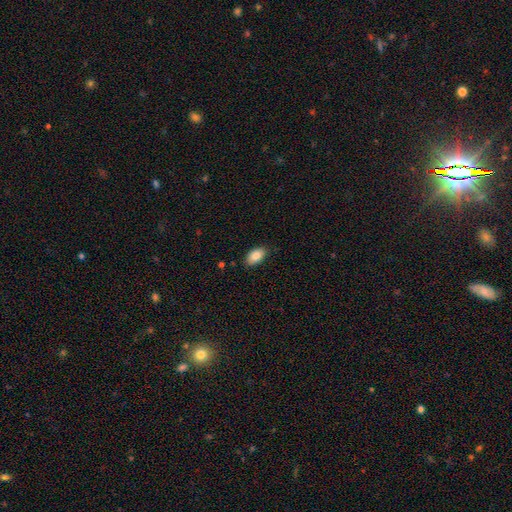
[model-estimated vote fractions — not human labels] Smooth or featured? smooth (86%)
How rounded? in between (94%)
Merging? none (84%)